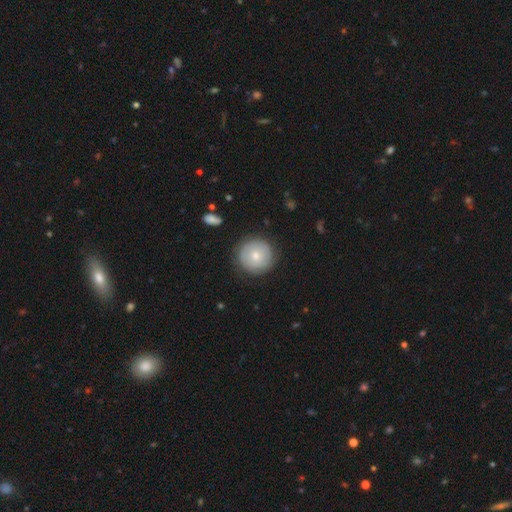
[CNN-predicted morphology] smooth 63%, featured or disk 31%, star or artifact 6%. Down the decision tree: how rounded — round (95%); merging — none (85%).